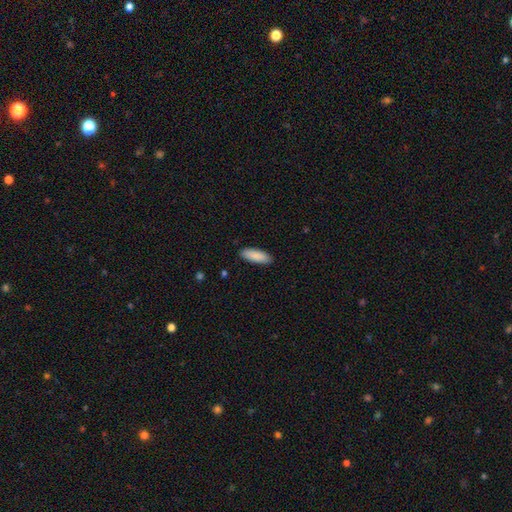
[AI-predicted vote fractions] A smooth galaxy with no disk features (89%) that is in between round and cigar-shaped (62%). Merging: none (90%).